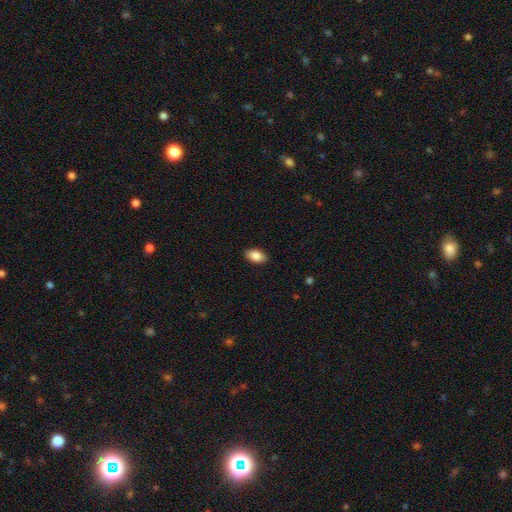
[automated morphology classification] Smooth or featured? smooth (88%)
How rounded? in between (92%)
Merging? none (88%)